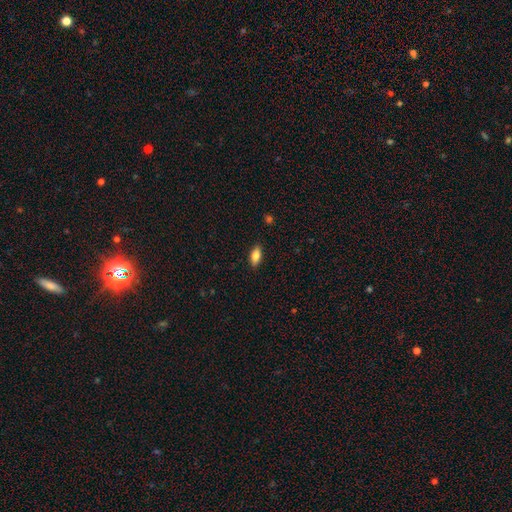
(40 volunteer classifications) Volunteers were most divided on "how rounded": in between: 65%, cigar-shaped: 35%, round: 0%. More confident: merging — none (92%); smooth or featured — smooth (78%).